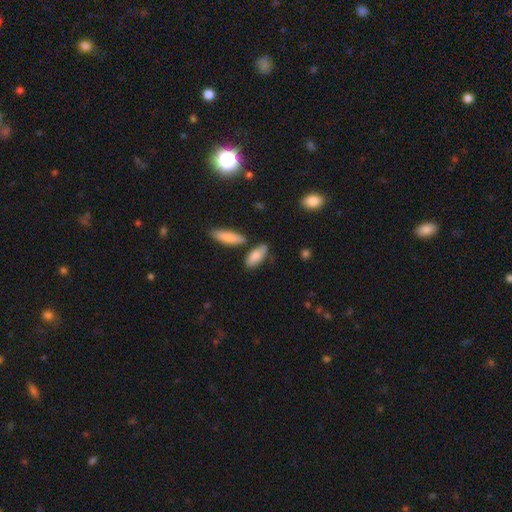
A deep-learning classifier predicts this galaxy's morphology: Smooth or featured? smooth (80%)
How rounded? in between (78%)
Merging? none (68%)